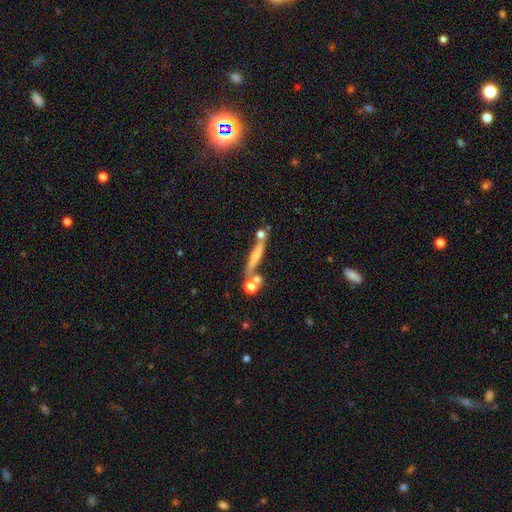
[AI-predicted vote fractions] This is possibly a featured or disk galaxy (53%). It is clearly viewed edge-on (83%). Merging: likely none (65%).